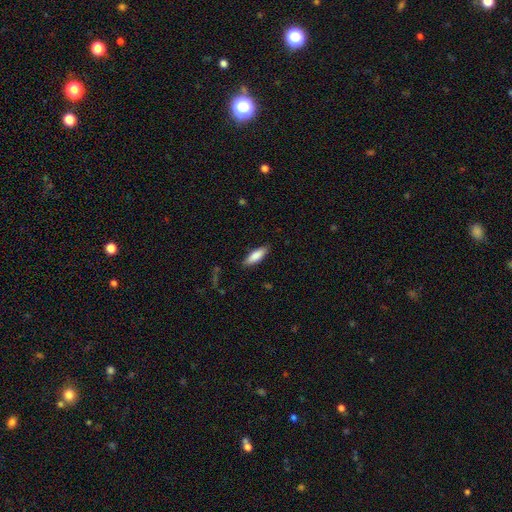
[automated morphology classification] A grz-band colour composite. It shows a smooth galaxy with no disk features (85%) that is in between round and cigar-shaped (64%). Merging: none (86%).